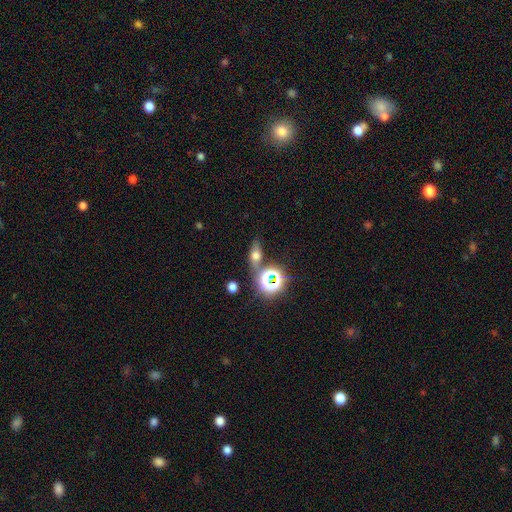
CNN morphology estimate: Smooth or featured? Predicted: smooth (p=0.50). How rounded? Predicted: in between (p=0.60). Merging? Predicted: none (p=0.69).